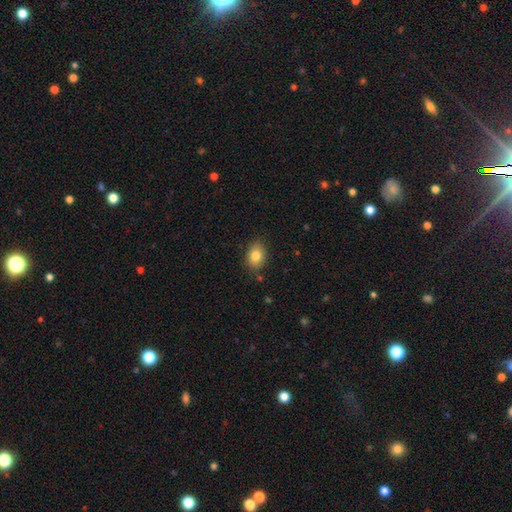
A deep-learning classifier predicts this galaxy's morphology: Smooth or featured? Predicted: smooth (p=0.83). How rounded? Predicted: in between (p=0.71). Merging? Predicted: none (p=0.84).